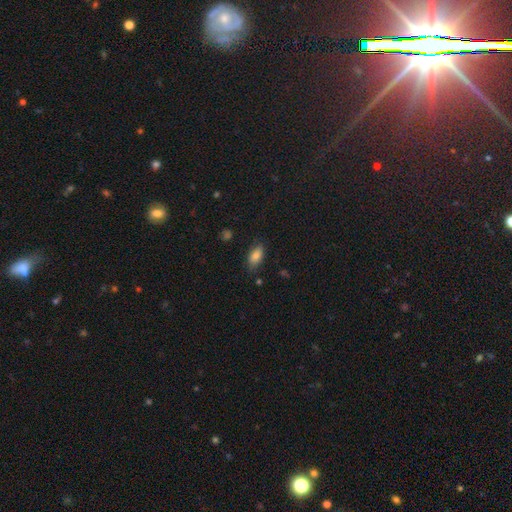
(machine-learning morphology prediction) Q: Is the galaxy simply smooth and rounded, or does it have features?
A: smooth — 84%.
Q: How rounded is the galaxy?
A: in between — 90%.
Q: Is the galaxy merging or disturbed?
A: none — 79%.